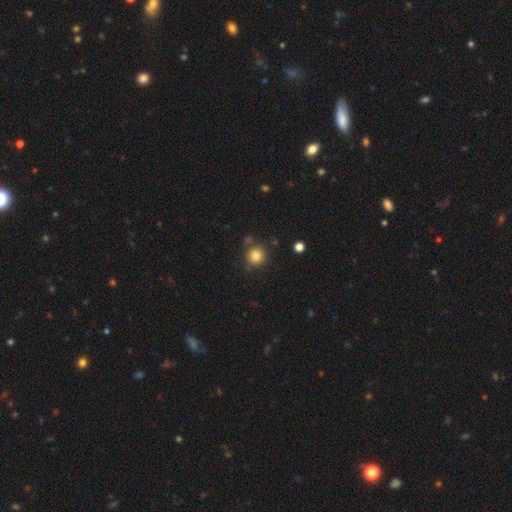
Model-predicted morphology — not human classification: A smooth galaxy with no disk features (83%) that is round (93%). Merging: none (79%).